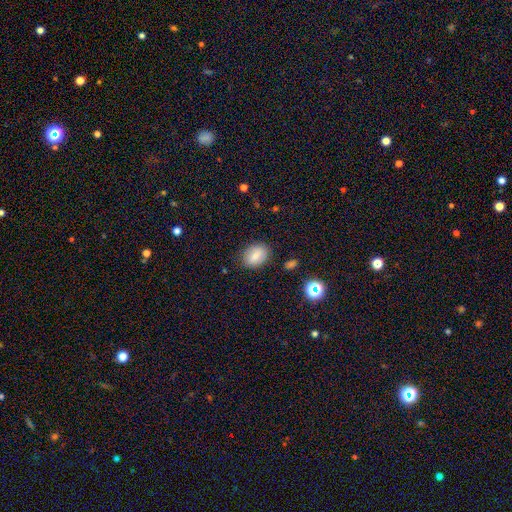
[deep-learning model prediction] This appears to be a smooth galaxy with no disk features (79%) that is in between round and cigar-shaped (71%). Merging: none (83%).